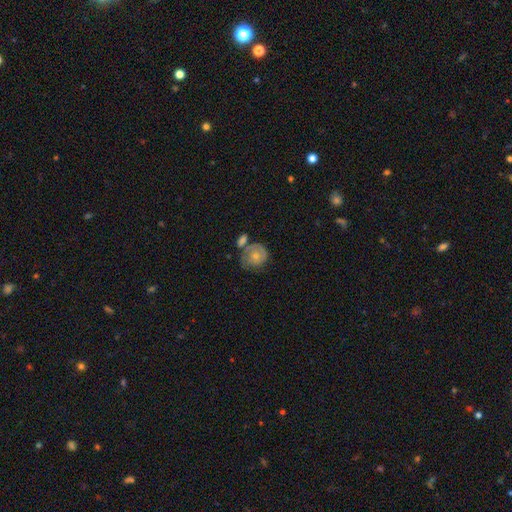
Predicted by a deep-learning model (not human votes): Smooth or featured? Predicted: smooth (p=0.49). Merging? Predicted: none (p=0.41).